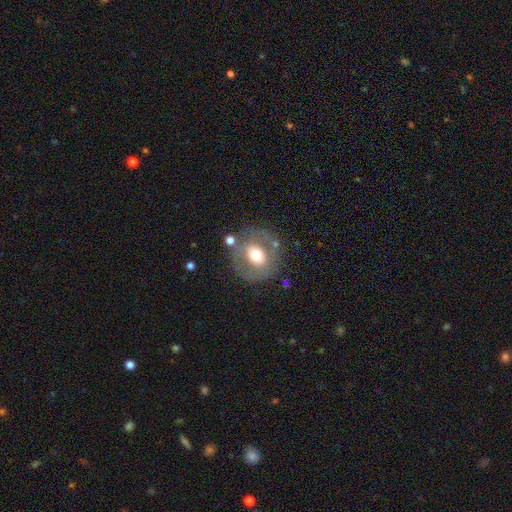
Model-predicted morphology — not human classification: featured or disk 47%, smooth 45%, star or artifact 8%. Down the decision tree: merging — none (73%).